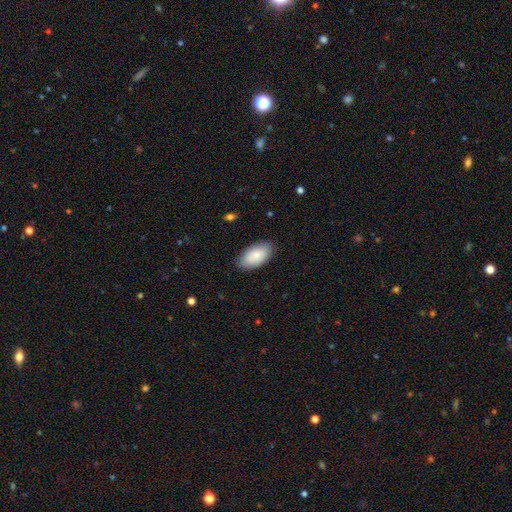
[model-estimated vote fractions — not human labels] Smooth or featured: smooth — 86% (featured or disk — 8%)
How rounded: in between — 95% (round — 3%)
Merging: none — 85% (minor disturbance — 11%)